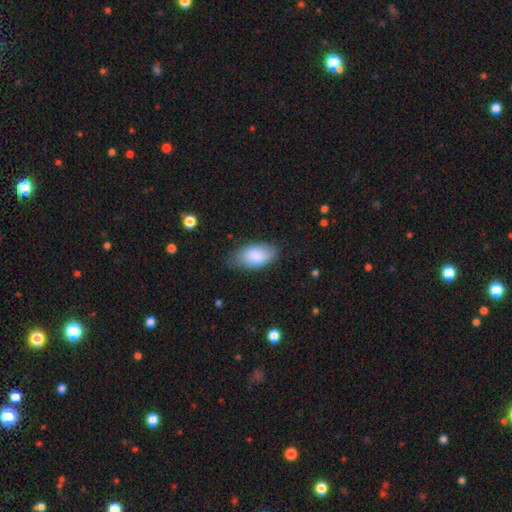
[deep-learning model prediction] Overall: smooth (85%). How rounded: in between (94%). Merging: none (70%).